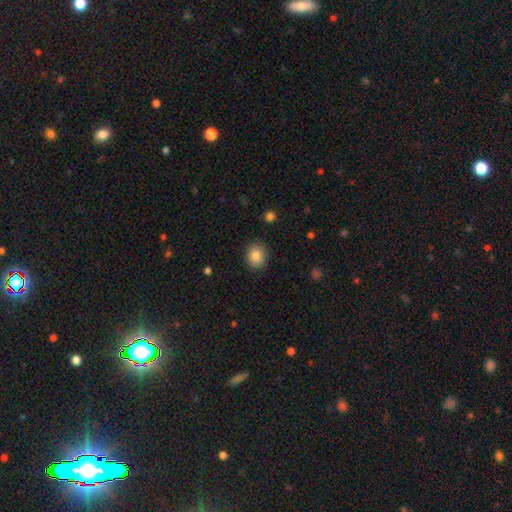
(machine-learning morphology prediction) Smooth or featured: smooth — 85% (star or artifact — 8%)
How rounded: round — 59% (in between — 40%)
Merging: none — 87% (minor disturbance — 10%)